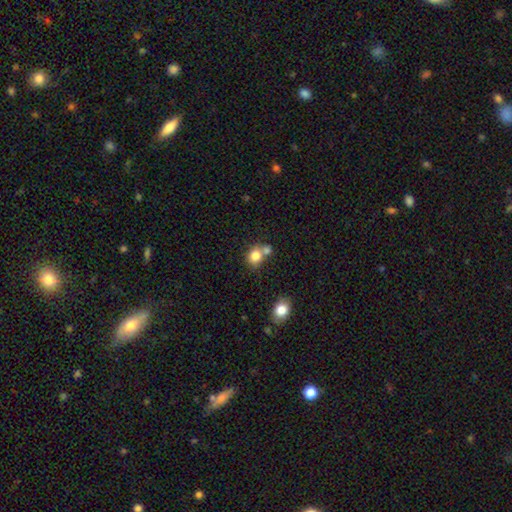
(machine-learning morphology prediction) smooth 81%, star or artifact 10%, featured or disk 9%. Down the decision tree: how rounded — round (65%); merging — none (45%).